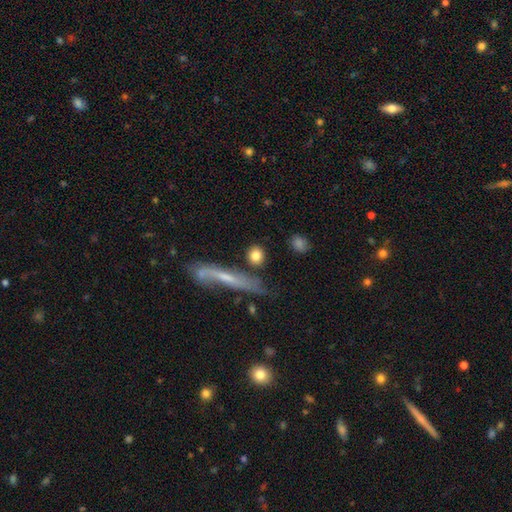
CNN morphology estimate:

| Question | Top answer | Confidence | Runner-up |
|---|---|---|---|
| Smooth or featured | smooth | 81% | featured or disk (12%) |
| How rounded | round | 72% | in between (18%) |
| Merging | none | 76% | minor disturbance (11%) |